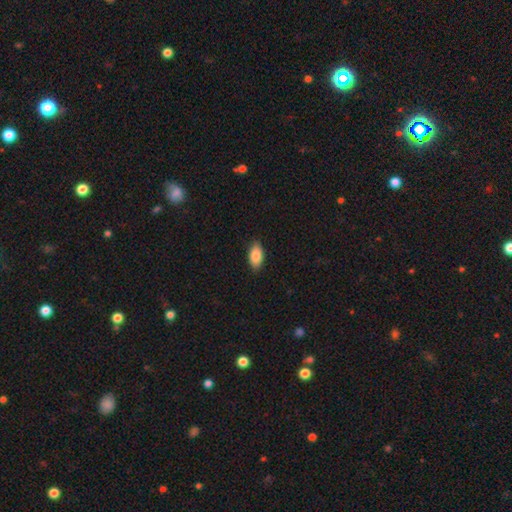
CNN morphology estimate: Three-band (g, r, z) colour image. It shows a smooth galaxy with no disk features (86%) that is in between round and cigar-shaped (92%). Merging: none (88%).